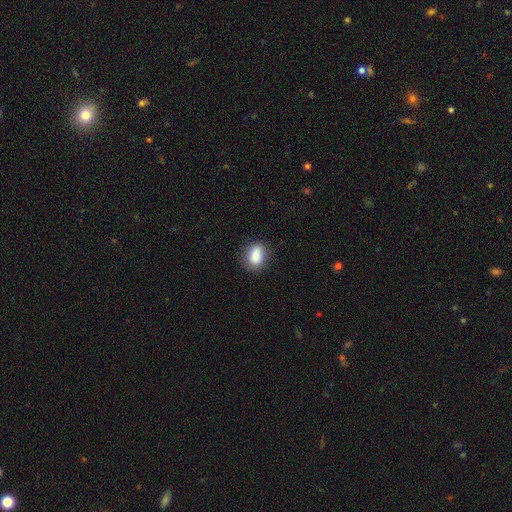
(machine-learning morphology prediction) Smooth or featured?
  - smooth: 84% *
  - star or artifact: 8%
  - featured or disk: 8%
How rounded?
  - in between: 68% *
  - round: 30%
  - cigar-shaped: 2%
Merging?
  - none: 81% *
  - minor disturbance: 14%
  - major disturbance: 3%
  - merger: 1%